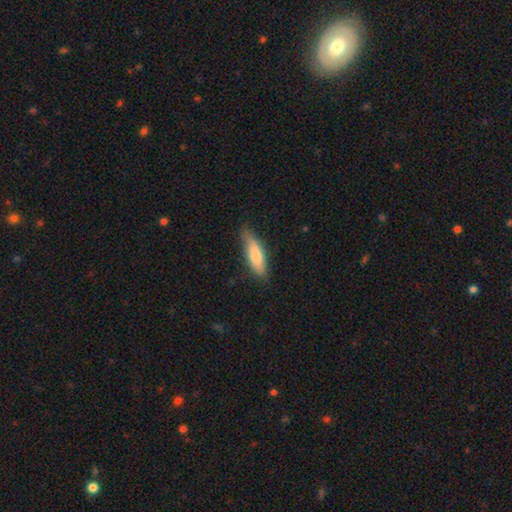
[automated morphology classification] A smooth galaxy with no disk features (78%) that is cigar-shaped (56%). Merging: none (71%).